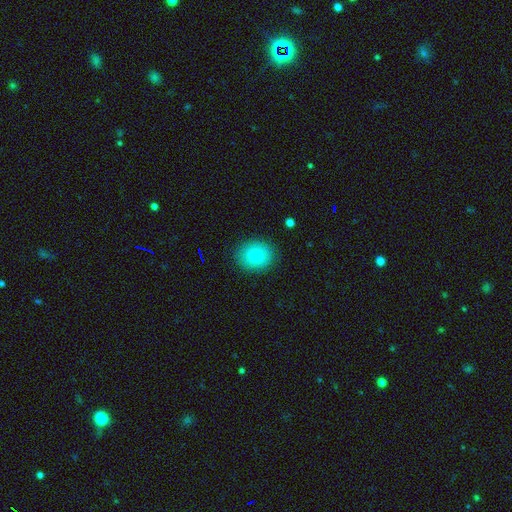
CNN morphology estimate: smooth_or_featured: smooth (p=0.86) [alt: star or artifact p=0.08]
how_rounded: round (p=0.62) [alt: in between p=0.37]
merging: none (p=0.87) [alt: minor disturbance p=0.09]